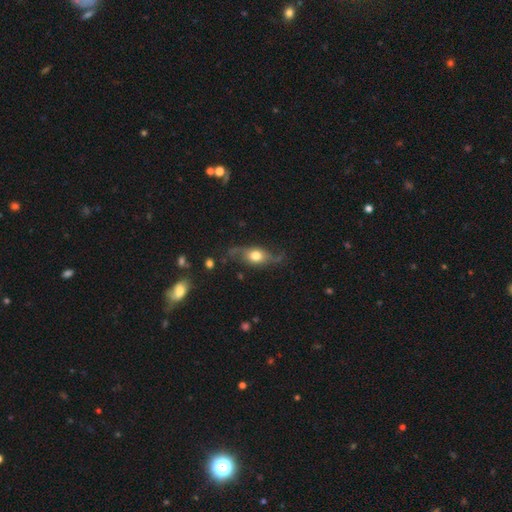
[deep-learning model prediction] Smooth or featured?
  - featured or disk: 60% *
  - smooth: 32%
  - star or artifact: 8%
Edge-on disk?
  - no: 77% *
  - yes: 23%
Merging?
  - none: 63% *
  - minor disturbance: 21%
  - major disturbance: 14%
  - merger: 3%